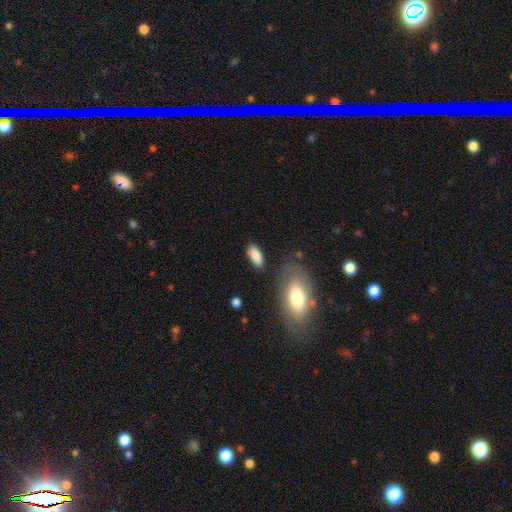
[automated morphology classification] A smooth galaxy with no disk features (85%) that is in between round and cigar-shaped (82%). Merging: none (78%).